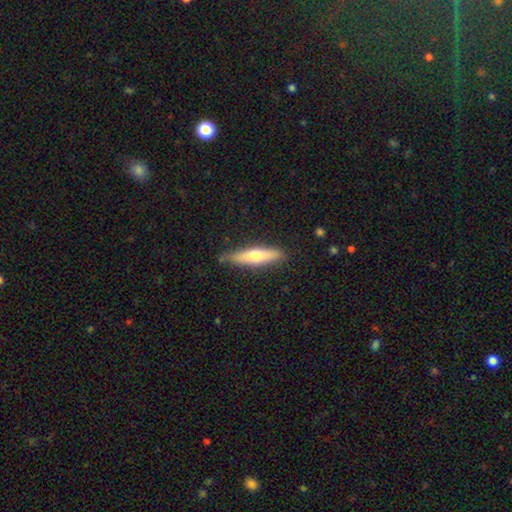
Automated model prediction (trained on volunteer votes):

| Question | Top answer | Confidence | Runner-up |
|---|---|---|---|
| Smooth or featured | smooth | 53% | featured or disk (41%) |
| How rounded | cigar-shaped | 82% | in between (17%) |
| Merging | none | 82% | minor disturbance (14%) |